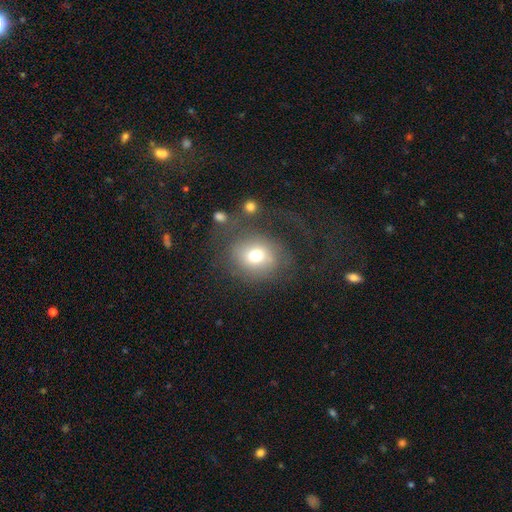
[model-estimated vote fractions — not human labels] Smooth or featured? Predicted: smooth (p=0.66). How rounded? Predicted: round (p=0.69). Merging? Predicted: none (p=0.48).